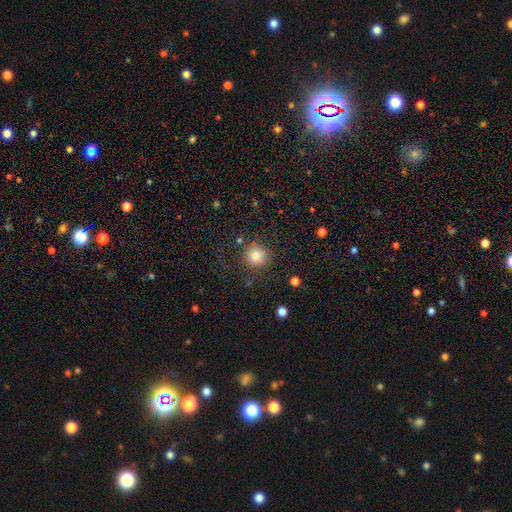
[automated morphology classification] The model was most divided on "smooth or featured": smooth: 80%, star or artifact: 13%, featured or disk: 7%. More confident: how rounded — round (91%); merging — none (82%).